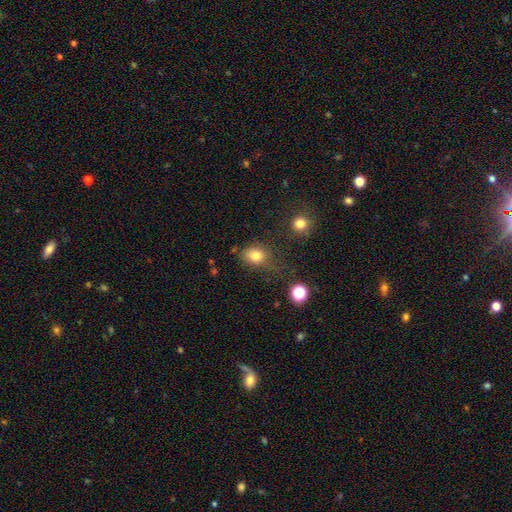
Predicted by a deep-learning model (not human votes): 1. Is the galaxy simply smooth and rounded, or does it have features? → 80% smooth, 13% star or artifact, 7% featured or disk.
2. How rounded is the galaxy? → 52% round, 46% in between, 1% cigar-shaped.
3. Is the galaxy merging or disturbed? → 63% none, 22% minor disturbance, 9% major disturbance, 5% merger.